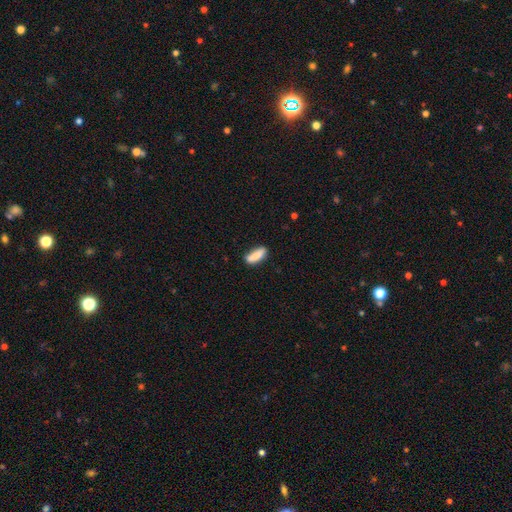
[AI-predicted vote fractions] Q: Smooth or featured?
A: smooth (86%); runner-up: featured or disk (7%)
Q: How rounded?
A: in between (59%); runner-up: cigar-shaped (39%)
Q: Merging?
A: none (73%); runner-up: minor disturbance (19%)